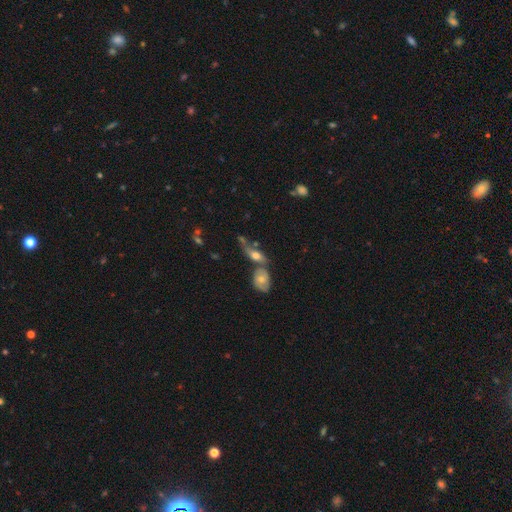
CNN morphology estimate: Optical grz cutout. It shows a smooth galaxy with no disk features (47%). Merging: merger (47%).